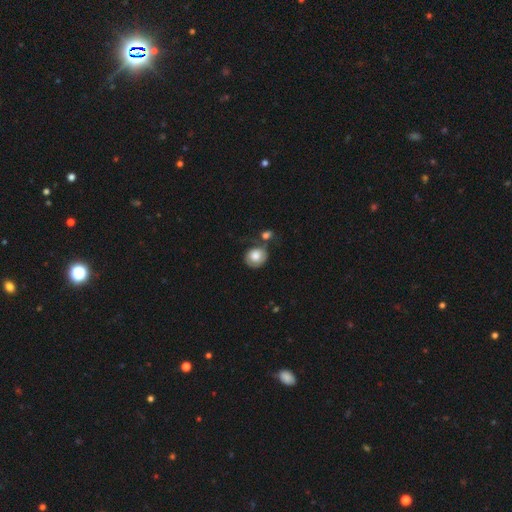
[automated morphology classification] Smooth or featured? smooth (69%)
How rounded? round (73%)
Merging? none (47%)